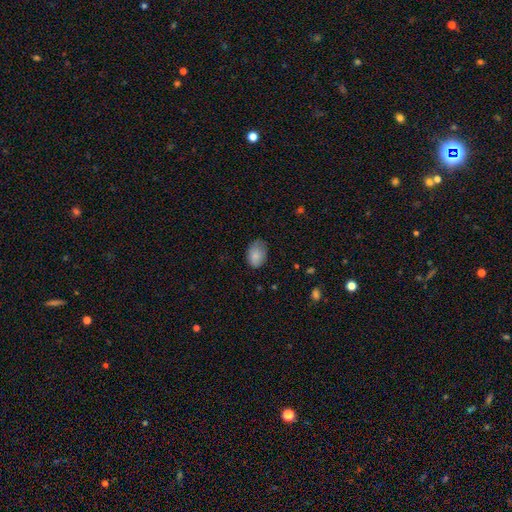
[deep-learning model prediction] smooth_or_featured: smooth (p=0.85) [alt: featured or disk p=0.08]
how_rounded: in between (p=0.84) [alt: round p=0.15]
merging: none (p=0.65) [alt: minor disturbance p=0.28]